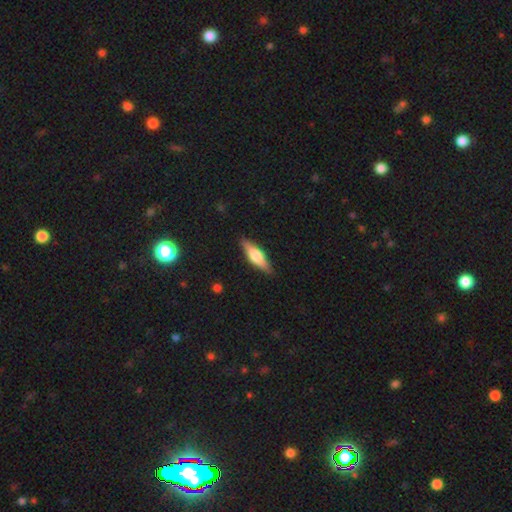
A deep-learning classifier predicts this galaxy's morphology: smooth-or-featured: smooth: 48% | featured or disk: 45% | star or artifact: 6%
  merging: none: 87% | minor disturbance: 10% | major disturbance: 2% | merger: 1%